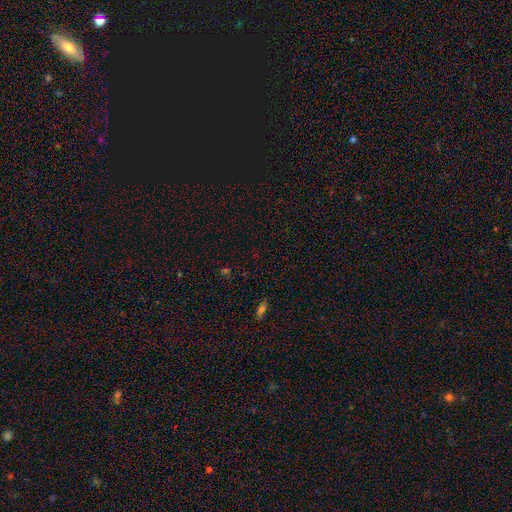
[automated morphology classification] type=star or artifact (58%).